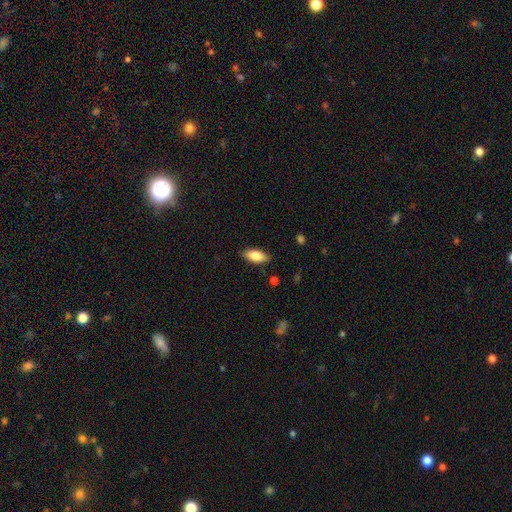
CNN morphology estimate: A smooth galaxy with no disk features (83%) that is in between round and cigar-shaped (86%). Merging: none (87%).